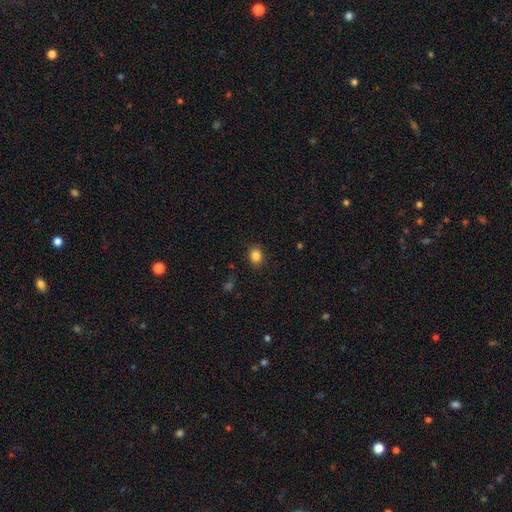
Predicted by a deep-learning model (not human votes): Smooth or featured? Predicted: smooth (p=0.85). How rounded? Predicted: round (p=0.56). Merging? Predicted: none (p=0.87).